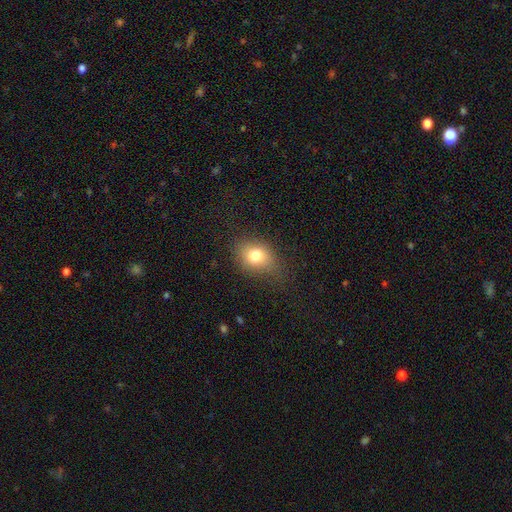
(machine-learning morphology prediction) smooth_or_featured: smooth (p=0.76) [alt: star or artifact p=0.12]
how_rounded: in between (p=0.57) [alt: round p=0.42]
merging: none (p=0.72) [alt: minor disturbance p=0.19]